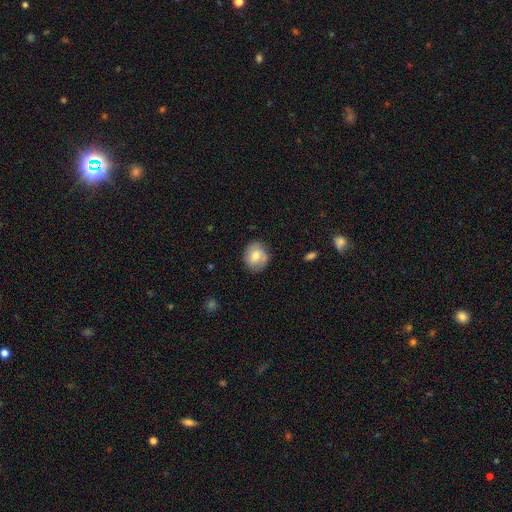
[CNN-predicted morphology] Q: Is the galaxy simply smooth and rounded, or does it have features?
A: smooth — 70%.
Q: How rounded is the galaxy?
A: round — 77%.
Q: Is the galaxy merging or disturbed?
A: none — 77%.